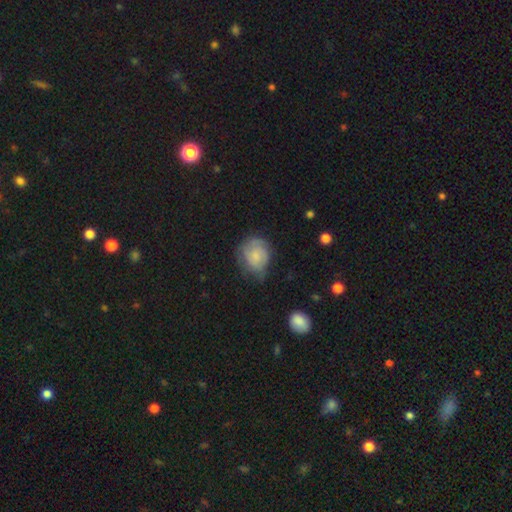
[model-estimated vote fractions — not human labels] smooth-or-featured: smooth: 58% | featured or disk: 34% | star or artifact: 8%
  how-rounded: round: 67% | in between: 32% | cigar-shaped: 1%
  merging: none: 50% | minor disturbance: 33% | major disturbance: 15% | merger: 2%